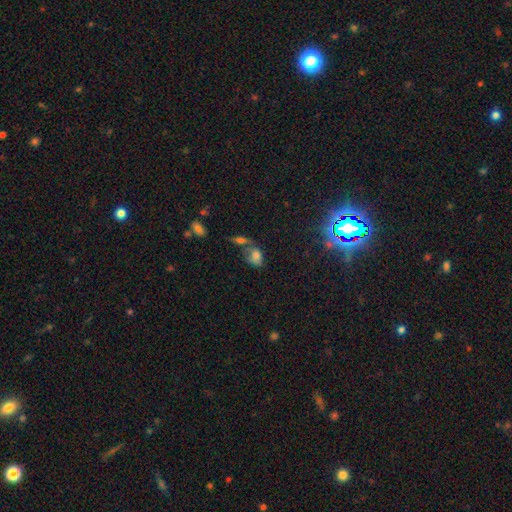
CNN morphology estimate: A smooth galaxy with no disk features (64%) that is in between round and cigar-shaped (78%). Merging: none (34%).